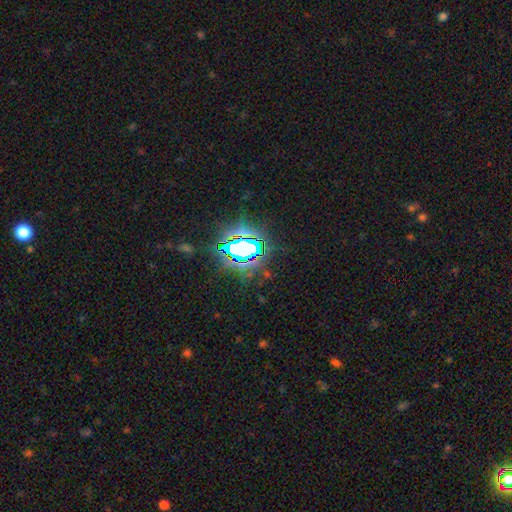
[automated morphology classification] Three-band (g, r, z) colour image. It shows a star or artifact, not a galaxy (82%).